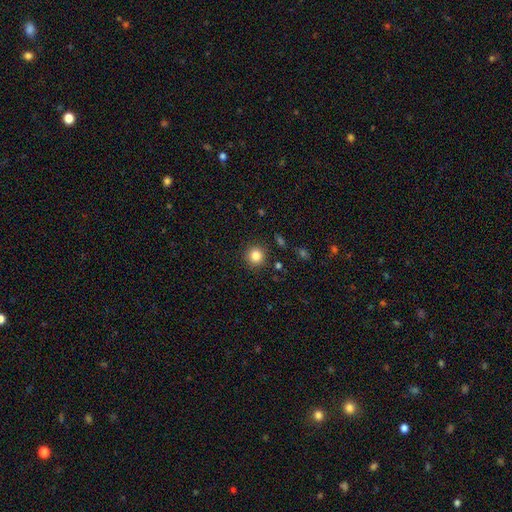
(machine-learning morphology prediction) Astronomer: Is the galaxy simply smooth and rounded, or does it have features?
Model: smooth — 83%.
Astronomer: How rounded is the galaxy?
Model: round — 94%.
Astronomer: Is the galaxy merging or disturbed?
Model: none — 90%.